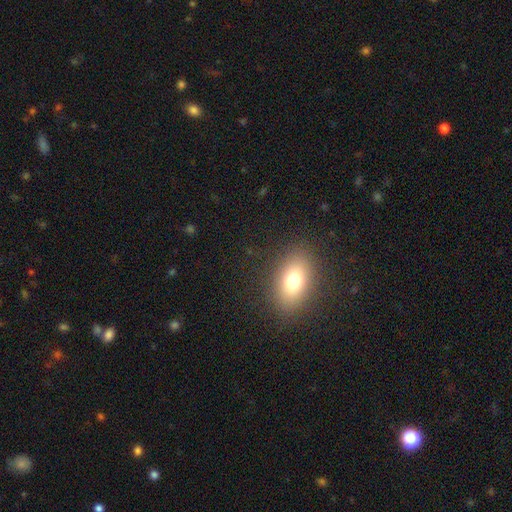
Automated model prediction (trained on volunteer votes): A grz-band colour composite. It shows a smooth galaxy with no disk features (73%) that is in between round and cigar-shaped (83%). Merging: none (90%).